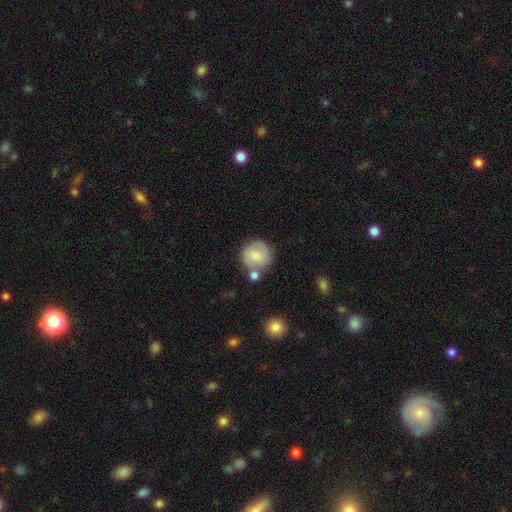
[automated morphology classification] Smooth or featured? smooth (68%)
How rounded? round (89%)
Merging? none (61%)